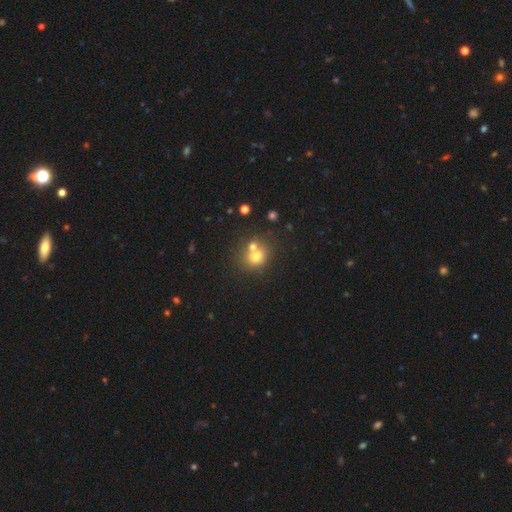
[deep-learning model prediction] smooth 70%, featured or disk 16%, star or artifact 14%. Down the decision tree: how rounded — round (74%); merging — none (44%, tied with merger).